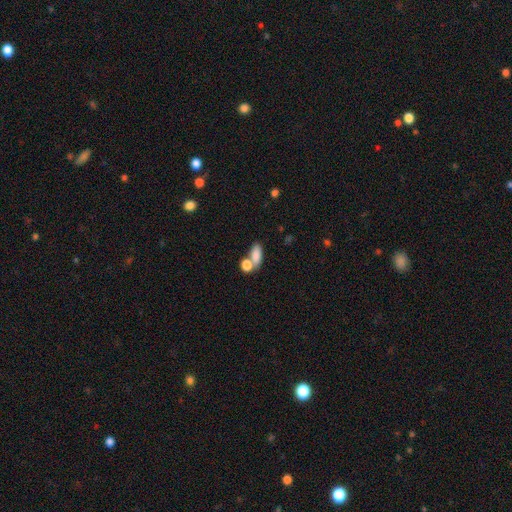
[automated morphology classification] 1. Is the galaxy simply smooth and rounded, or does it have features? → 82% smooth, 9% star or artifact, 9% featured or disk.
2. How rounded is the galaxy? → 80% in between, 11% cigar-shaped, 9% round.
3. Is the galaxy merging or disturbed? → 46% none, 38% merger, 11% minor disturbance, 5% major disturbance.